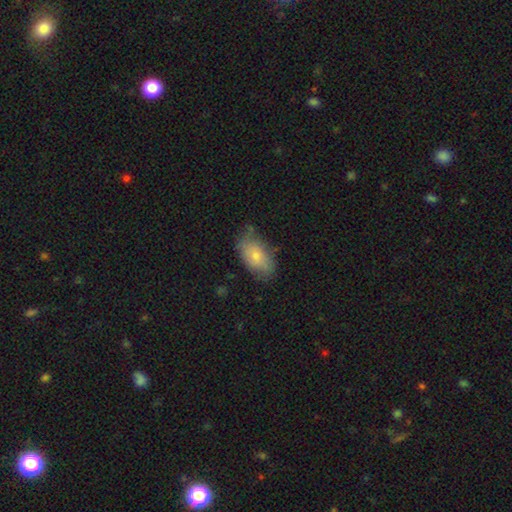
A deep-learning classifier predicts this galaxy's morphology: This appears to be a smooth galaxy with no disk features (74%) that is in between round and cigar-shaped (92%). Merging: none (65%).